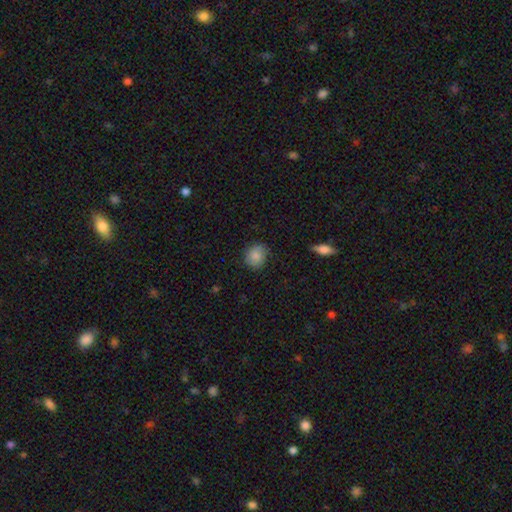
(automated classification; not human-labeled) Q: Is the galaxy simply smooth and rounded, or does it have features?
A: smooth — 85%.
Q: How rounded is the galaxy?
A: round — 76%.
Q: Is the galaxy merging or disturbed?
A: none — 82%.